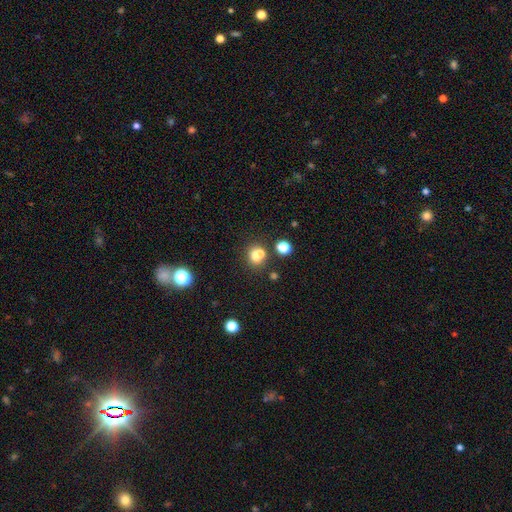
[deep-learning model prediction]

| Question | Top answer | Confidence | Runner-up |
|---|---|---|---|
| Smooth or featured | smooth | 70% | star or artifact (16%) |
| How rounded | round | 74% | in between (25%) |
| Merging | none | 44% | merger (43%) |